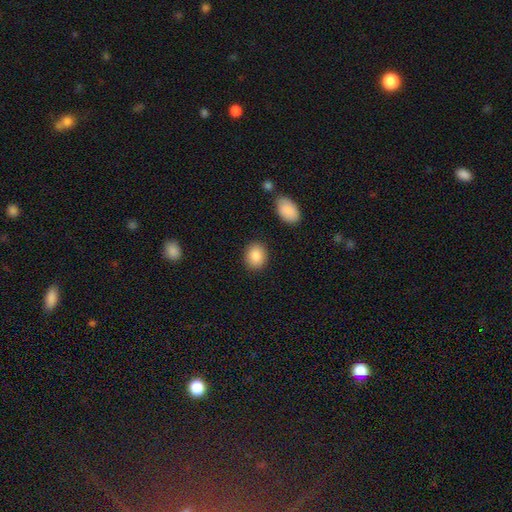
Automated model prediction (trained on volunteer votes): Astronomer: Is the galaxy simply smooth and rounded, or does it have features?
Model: smooth — 88%.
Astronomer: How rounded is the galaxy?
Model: round — 51% (runner-up: in between, 48%).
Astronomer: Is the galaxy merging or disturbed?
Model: none — 87%.